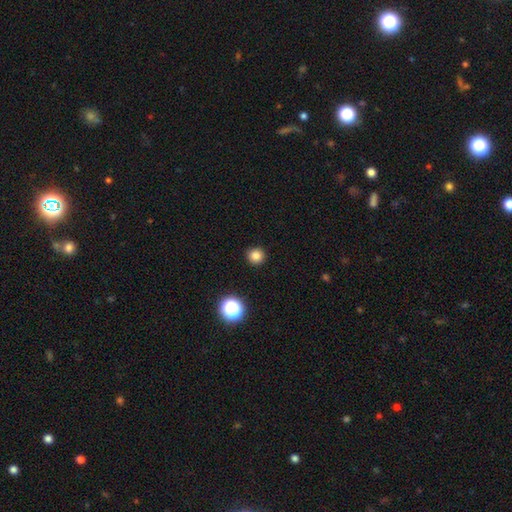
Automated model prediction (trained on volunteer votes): A smooth galaxy with no disk features (82%) that is round (95%). Merging: none (92%).